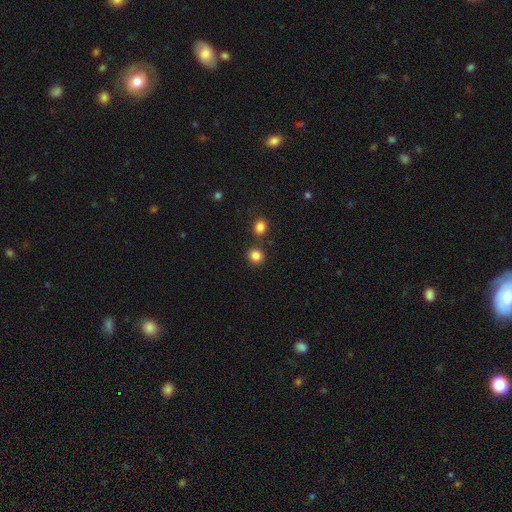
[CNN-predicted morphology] type=smooth (84%); roundness=round (87%); merging=none (79%).